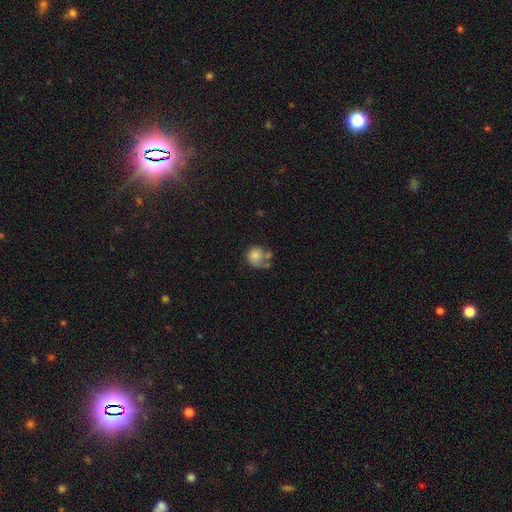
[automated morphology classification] This appears to be a smooth galaxy with no disk features (69%) that is round (74%). Merging: none (32%).